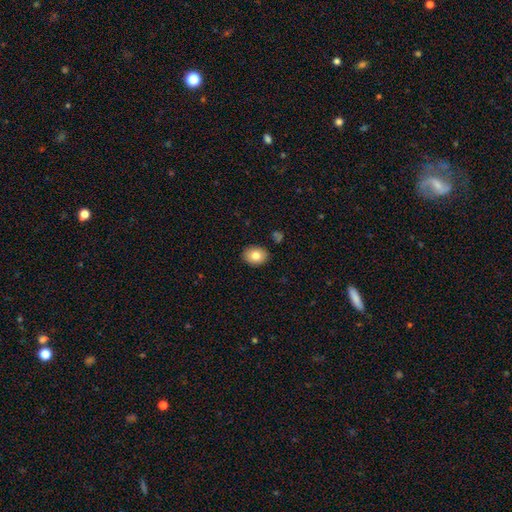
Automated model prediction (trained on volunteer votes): This is clearly a smooth galaxy (82%). How rounded: possibly in between (54%). Merging: clearly none (88%).